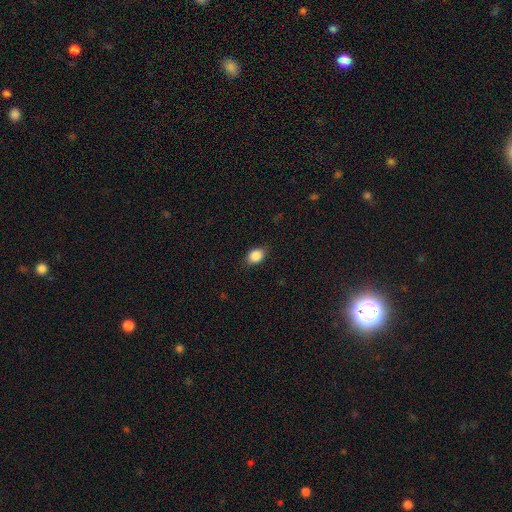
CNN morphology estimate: This appears to be a smooth galaxy with no disk features (87%) that is in between round and cigar-shaped (70%). Merging: none (83%).